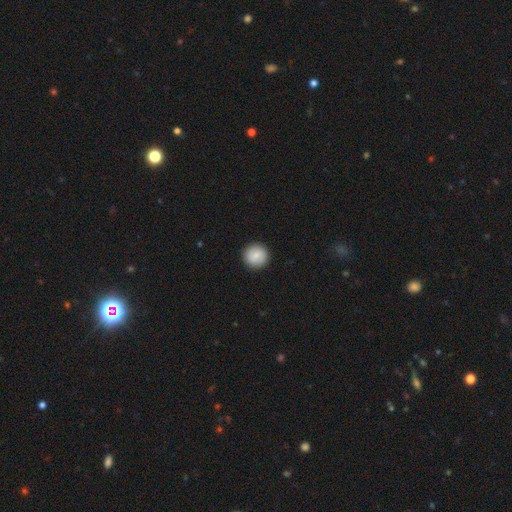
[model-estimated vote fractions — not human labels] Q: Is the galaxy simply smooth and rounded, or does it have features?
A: smooth — 80%.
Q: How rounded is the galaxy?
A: round — 95%.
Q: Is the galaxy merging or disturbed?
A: none — 92%.